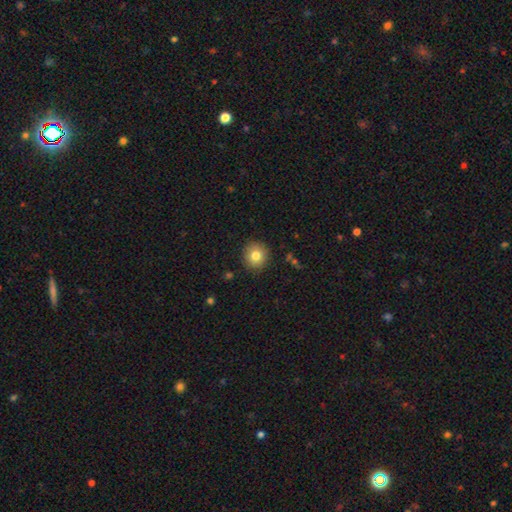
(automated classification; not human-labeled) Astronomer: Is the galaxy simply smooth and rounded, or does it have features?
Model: smooth — 80%.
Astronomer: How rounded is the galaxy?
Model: round — 89%.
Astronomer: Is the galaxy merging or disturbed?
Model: none — 89%.